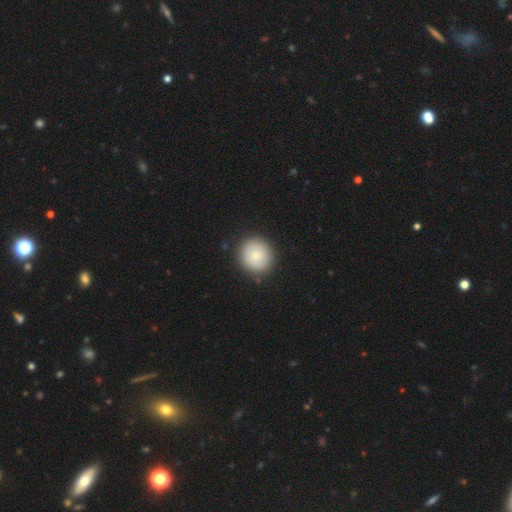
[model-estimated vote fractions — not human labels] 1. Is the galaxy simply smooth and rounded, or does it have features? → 79% smooth, 13% featured or disk, 8% star or artifact.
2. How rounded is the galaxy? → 91% round, 8% in between, 1% cigar-shaped.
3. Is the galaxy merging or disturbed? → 88% none, 8% minor disturbance, 2% major disturbance, 1% merger.